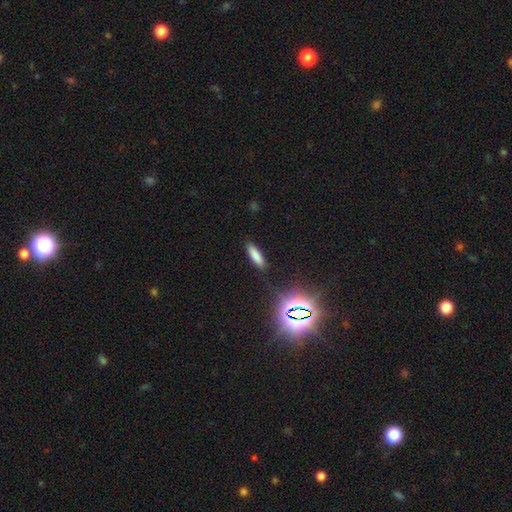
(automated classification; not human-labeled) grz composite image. It shows a smooth galaxy with no disk features (77%) that is cigar-shaped (56%). Merging: none (87%).